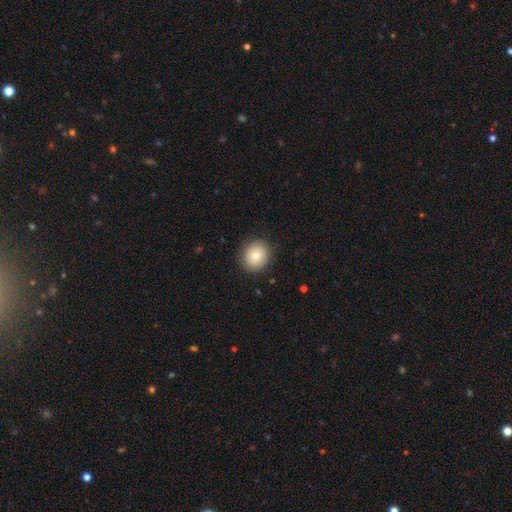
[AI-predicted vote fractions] Smooth or featured: smooth — 81% (featured or disk — 10%)
How rounded: round — 82% (in between — 18%)
Merging: none — 88% (minor disturbance — 8%)